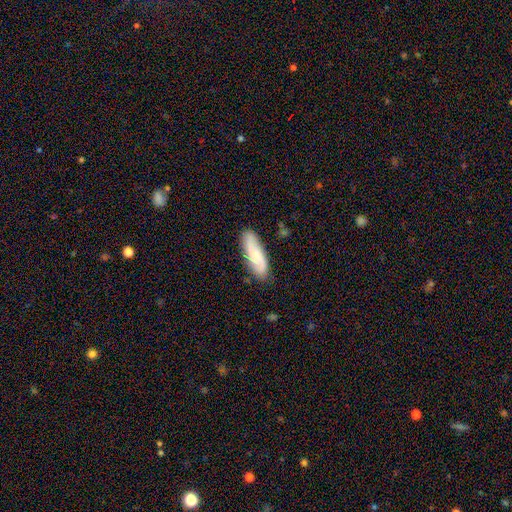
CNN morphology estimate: The model was most divided on "how rounded": in between: 55%, cigar-shaped: 43%, round: 2%. More confident: merging — none (82%); smooth or featured — smooth (56%).